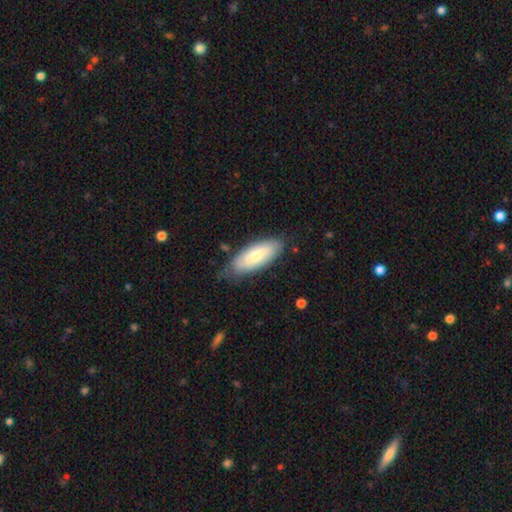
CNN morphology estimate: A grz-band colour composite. It shows a smooth galaxy with no disk features (67%) that is in between round and cigar-shaped (76%). Merging: none (71%).